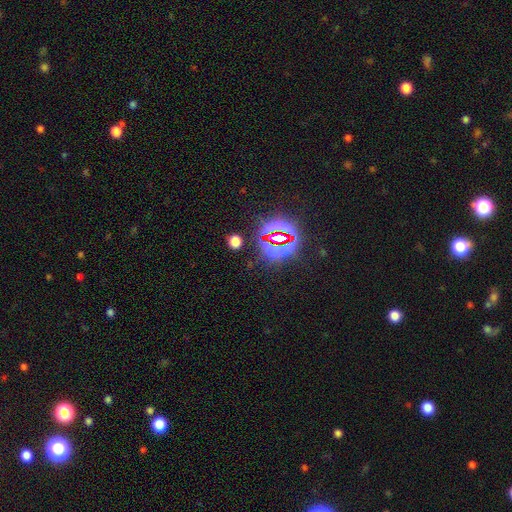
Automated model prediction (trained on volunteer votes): A star or artifact, not a galaxy (82%).